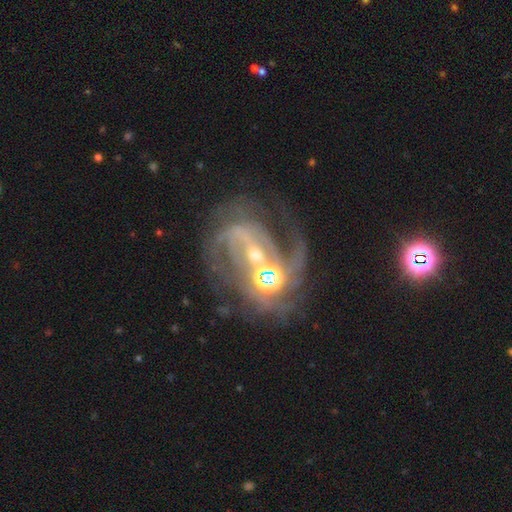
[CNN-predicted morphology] This appears to be a featured or disk galaxy (86%) with a weak bar (37%), 2 (58%) medium (48%) spiral arms (91%) and a small central bulge (46%). Merging: merger (53%).